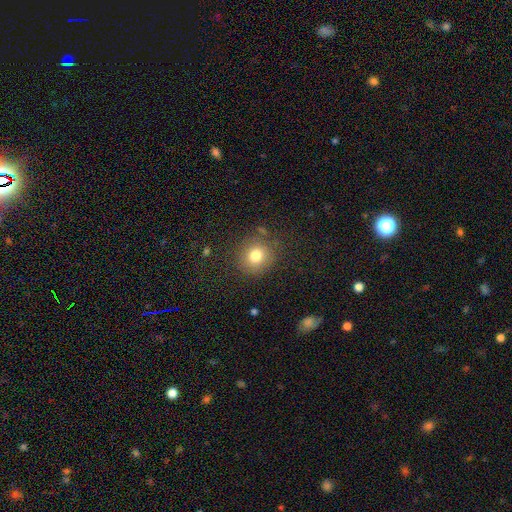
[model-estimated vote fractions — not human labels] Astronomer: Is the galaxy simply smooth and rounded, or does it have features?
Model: smooth — 78%.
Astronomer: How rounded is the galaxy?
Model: round — 86%.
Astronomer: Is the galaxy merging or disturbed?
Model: none — 83%.